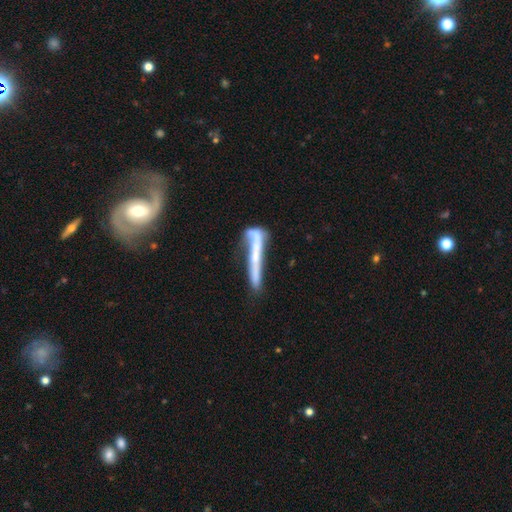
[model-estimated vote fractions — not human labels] Smooth or featured: featured or disk — 65% (smooth — 27%)
Edge-on disk: yes — 67% (no — 33%)
Merging: none — 38% (merger — 24%)